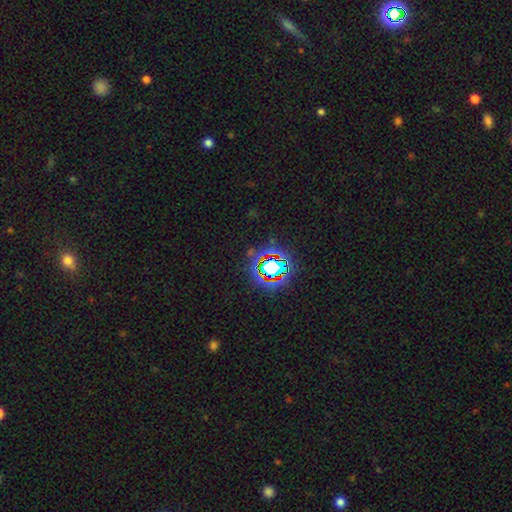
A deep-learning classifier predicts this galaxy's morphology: A star or artifact, not a galaxy (78%).

Vote fractions:
- Smooth or featured? star or artifact: 78% / smooth: 14% / featured or disk: 8%